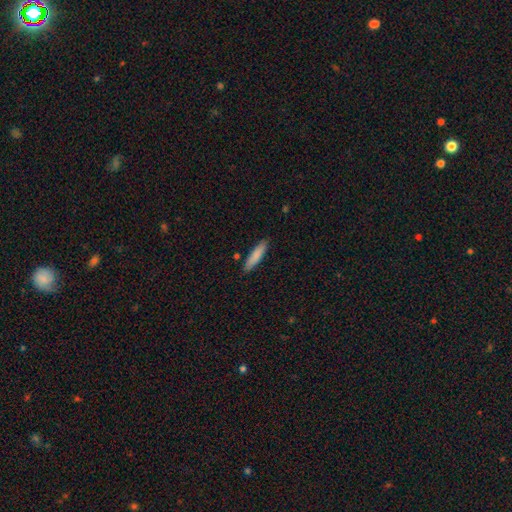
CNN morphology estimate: smooth-or-featured: smooth: 83% | featured or disk: 11% | star or artifact: 6%
  how-rounded: cigar-shaped: 77% | in between: 22% | round: 1%
  merging: none: 87% | minor disturbance: 10% | major disturbance: 2% | merger: 2%